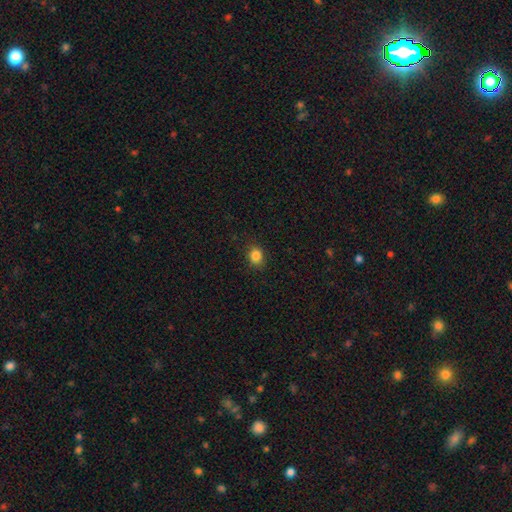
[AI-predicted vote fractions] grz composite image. It shows a smooth galaxy with no disk features (85%) that is round (58%). Merging: none (87%).